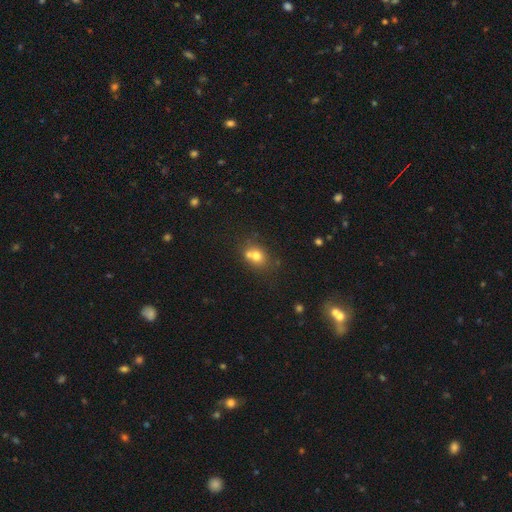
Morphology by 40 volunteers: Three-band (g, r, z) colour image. It shows a smooth galaxy with no disk features (75%) that is round (57%). Merging: merger (44%).